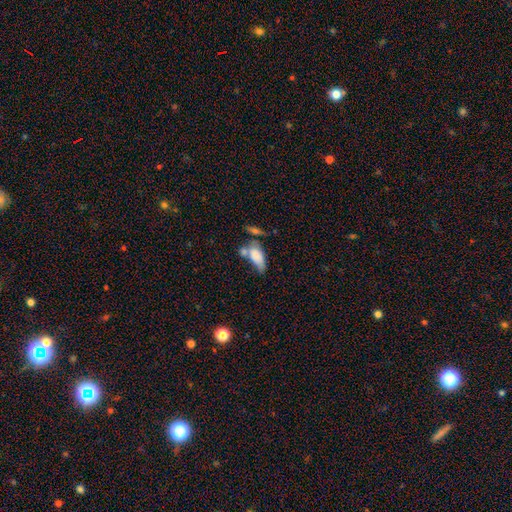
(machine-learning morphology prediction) Smooth or featured? Predicted: smooth (p=0.77). How rounded? Predicted: in between (p=0.85). Merging? Predicted: merger (p=0.40).